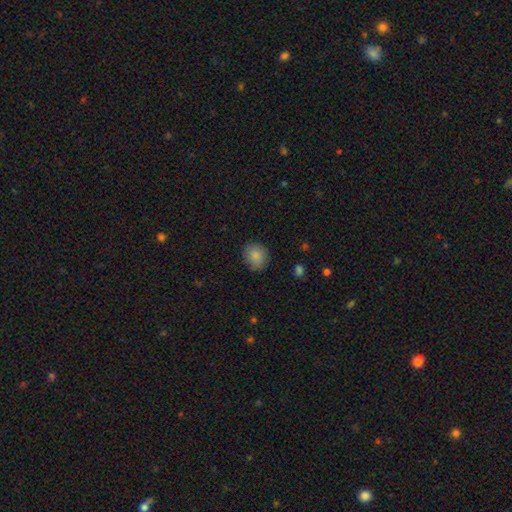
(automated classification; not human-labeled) The model was most divided on "how rounded": round: 74%, in between: 25%, cigar-shaped: 1%. More confident: smooth or featured — smooth (85%); merging — none (84%).